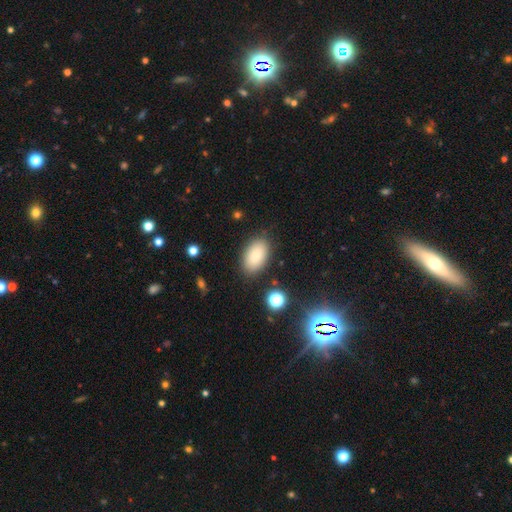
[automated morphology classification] A smooth galaxy with no disk features (86%) that is in between round and cigar-shaped (93%).

Vote fractions:
- Smooth or featured? smooth: 86% / star or artifact: 8% / featured or disk: 6%
- How rounded? in between: 93% / round: 5% / cigar-shaped: 2%
- Merging? none: 85% / minor disturbance: 10% / major disturbance: 3% / merger: 2%